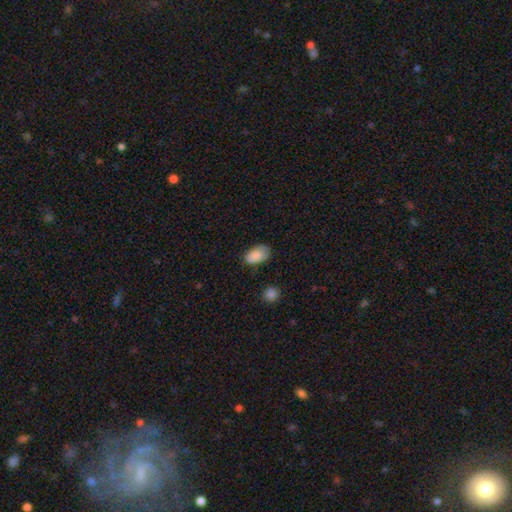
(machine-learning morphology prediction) This appears to be a smooth galaxy with no disk features (84%) that is in between round and cigar-shaped (91%). Merging: none (68%).